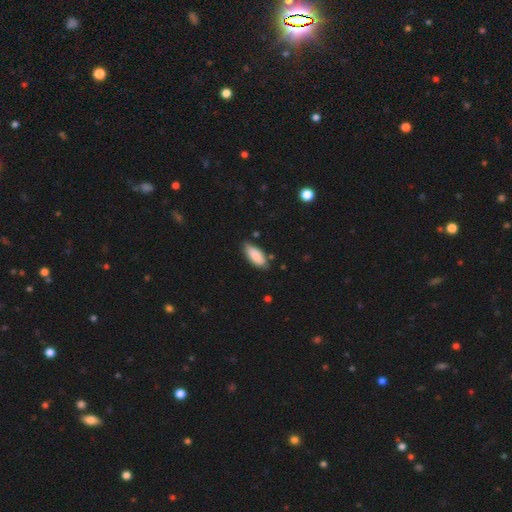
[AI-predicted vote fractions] Q: Smooth or featured?
A: smooth (87%); runner-up: featured or disk (7%)
Q: How rounded?
A: in between (83%); runner-up: cigar-shaped (15%)
Q: Merging?
A: none (78%); runner-up: minor disturbance (17%)